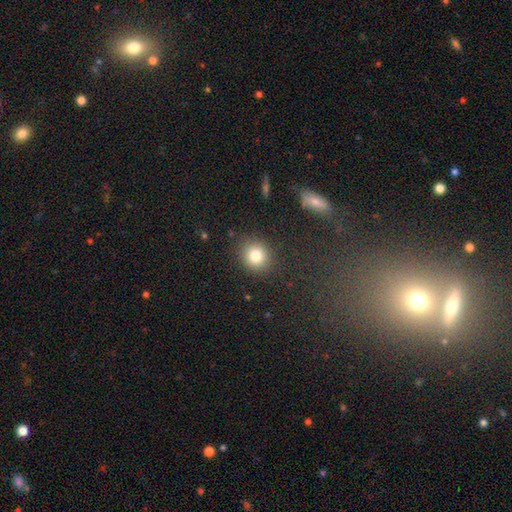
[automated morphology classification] A smooth galaxy with no disk features (81%) that is round (79%).

Vote fractions:
- Smooth or featured? smooth: 81% / star or artifact: 11% / featured or disk: 7%
- How rounded? round: 79% / in between: 20% / cigar-shaped: 1%
- Merging? none: 87% / minor disturbance: 8% / major disturbance: 3% / merger: 2%